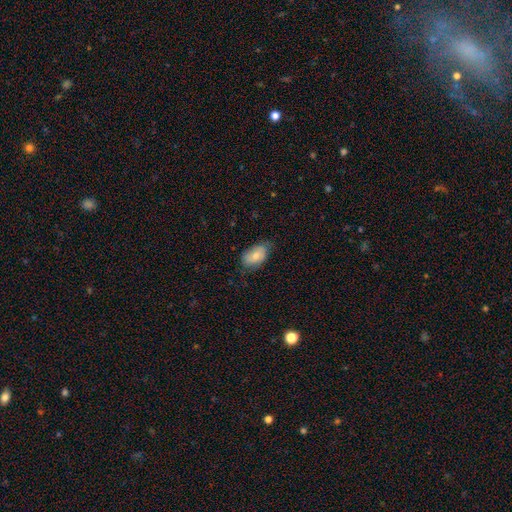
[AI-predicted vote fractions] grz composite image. It shows a smooth galaxy with no disk features (72%) that is in between round and cigar-shaped (92%). Merging: none (64%).